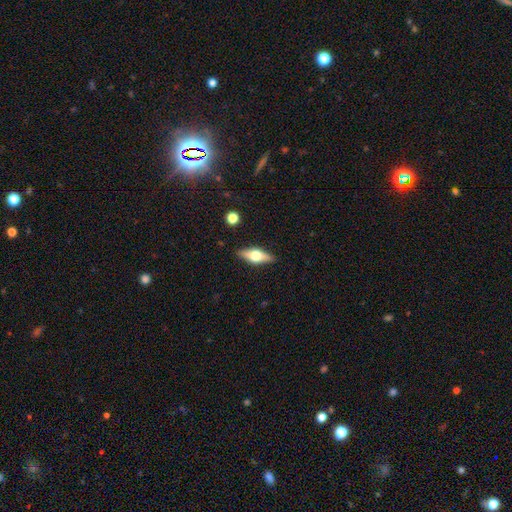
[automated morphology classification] Overall: featured or disk (52%; smooth 41%). Edge-on disk: yes (91%). Merging: none (87%).